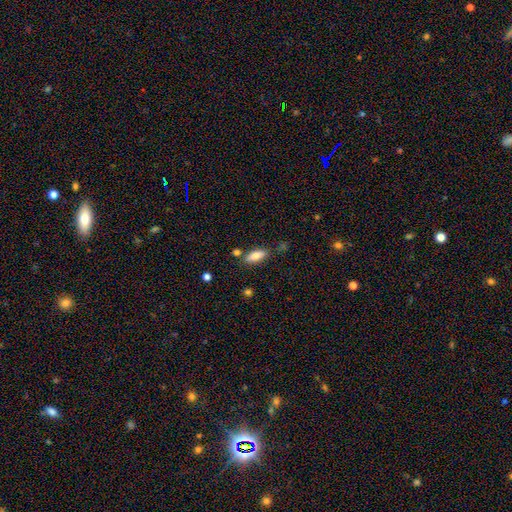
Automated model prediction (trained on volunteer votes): A smooth galaxy with no disk features (78%) that is in between round and cigar-shaped (71%). Merging: none (76%).